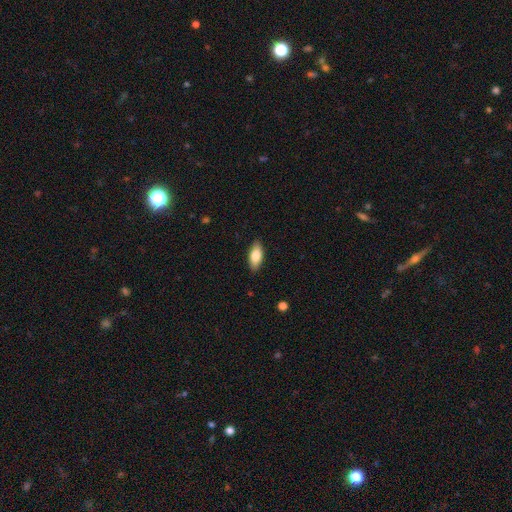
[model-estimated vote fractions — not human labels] Q: Smooth or featured?
A: smooth (80%); runner-up: featured or disk (14%)
Q: How rounded?
A: in between (85%); runner-up: cigar-shaped (13%)
Q: Merging?
A: none (88%); runner-up: minor disturbance (9%)